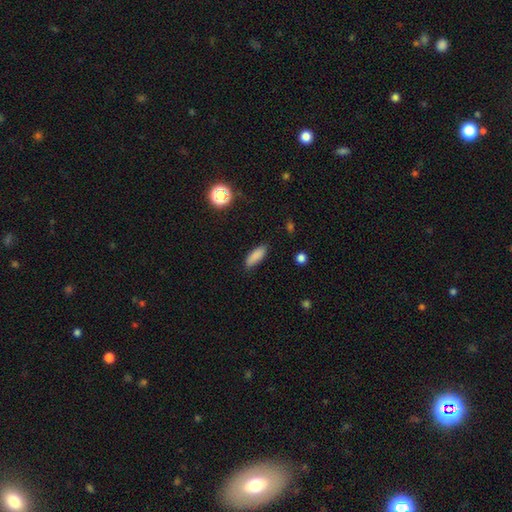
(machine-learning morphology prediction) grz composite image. It shows a smooth galaxy with no disk features (86%) that is in between round and cigar-shaped (63%). Merging: none (84%).